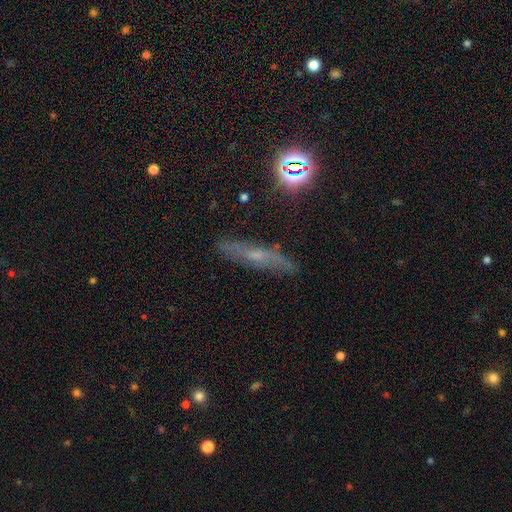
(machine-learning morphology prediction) Q: Smooth or featured?
A: featured or disk (51%); runner-up: smooth (30%)
Q: Edge-on disk?
A: yes (69%); runner-up: no (31%)
Q: Merging?
A: none (82%); runner-up: minor disturbance (13%)